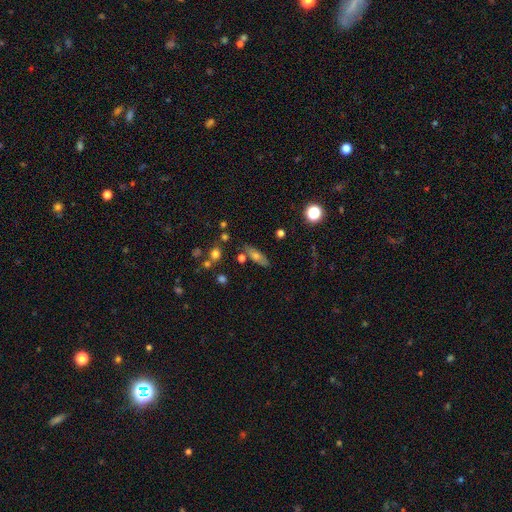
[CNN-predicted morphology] The model was most divided on "how rounded": in between: 58%, cigar-shaped: 35%, round: 6%. More confident: merging — none (78%); smooth or featured — smooth (58%).